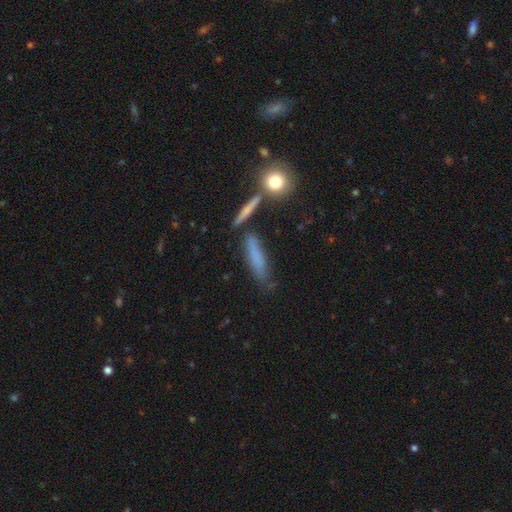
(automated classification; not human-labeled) Smooth or featured: smooth — 68% (featured or disk — 22%)
How rounded: cigar-shaped — 76% (in between — 20%)
Merging: none — 65% (minor disturbance — 19%)